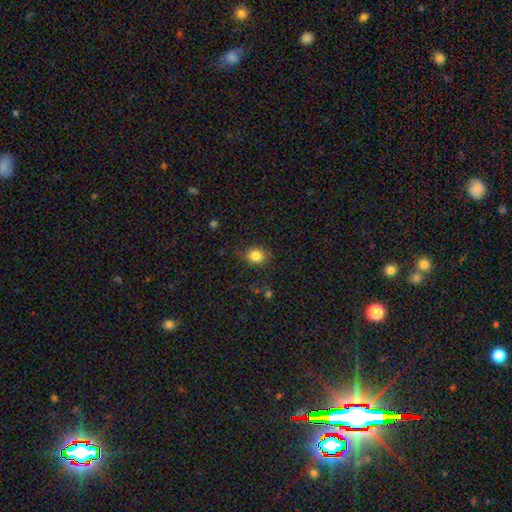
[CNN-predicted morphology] smooth 83%, star or artifact 11%, featured or disk 6%. Down the decision tree: how rounded — round (73%); merging — none (79%).